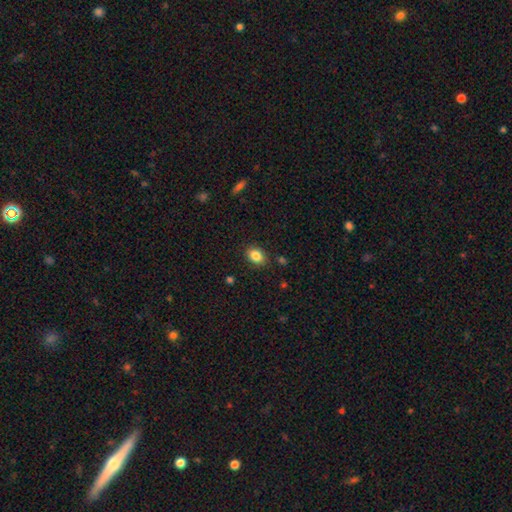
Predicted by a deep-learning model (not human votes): A smooth galaxy with no disk features (85%) that is in between round and cigar-shaped (72%).

Vote fractions:
- Smooth or featured? smooth: 85% / star or artifact: 9% / featured or disk: 6%
- How rounded? in between: 72% / round: 27% / cigar-shaped: 1%
- Merging? none: 86% / minor disturbance: 10% / major disturbance: 2% / merger: 2%